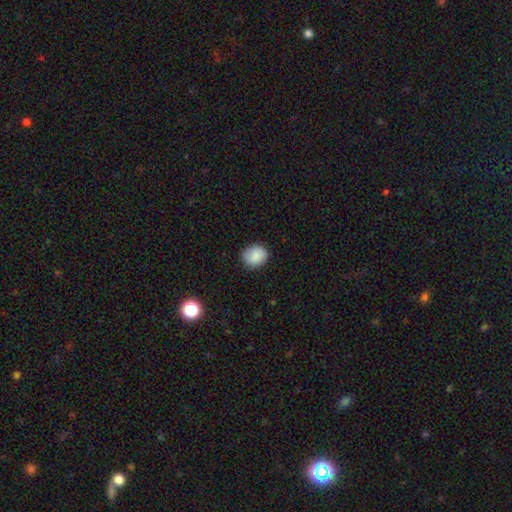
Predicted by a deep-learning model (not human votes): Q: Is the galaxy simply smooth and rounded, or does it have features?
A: smooth — 87%.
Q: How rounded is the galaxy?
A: round — 72%.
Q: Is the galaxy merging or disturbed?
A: none — 82%.